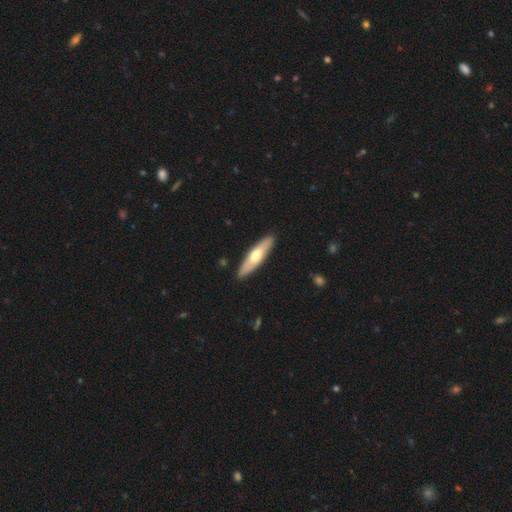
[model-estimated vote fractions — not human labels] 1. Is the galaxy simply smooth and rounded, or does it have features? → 52% smooth, 44% featured or disk, 5% star or artifact.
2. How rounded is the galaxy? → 74% cigar-shaped, 24% in between, 2% round.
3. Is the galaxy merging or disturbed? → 90% none, 7% minor disturbance, 2% major disturbance, 1% merger.